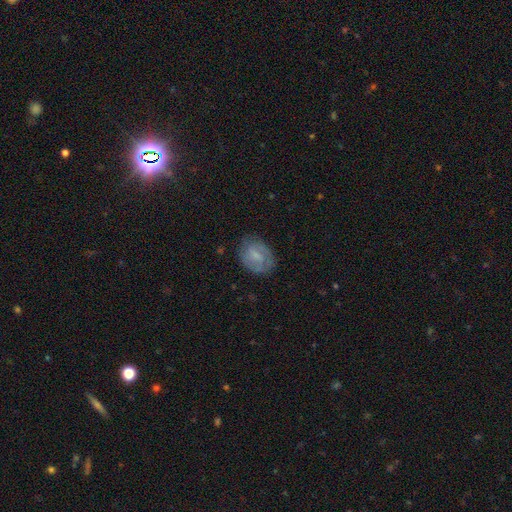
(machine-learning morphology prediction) A smooth galaxy with no disk features (51%) that is in between round and cigar-shaped (64%).

Vote fractions:
- Smooth or featured? smooth: 51% / featured or disk: 41% / star or artifact: 8%
- How rounded? in between: 64% / round: 35% / cigar-shaped: 1%
- Merging? none: 73% / minor disturbance: 19% / major disturbance: 7% / merger: 1%